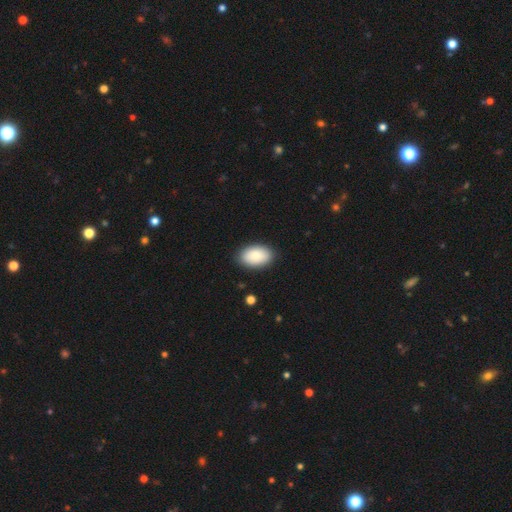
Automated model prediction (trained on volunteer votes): Smooth or featured: smooth — 87% (featured or disk — 7%)
How rounded: in between — 93% (round — 6%)
Merging: none — 89% (minor disturbance — 8%)